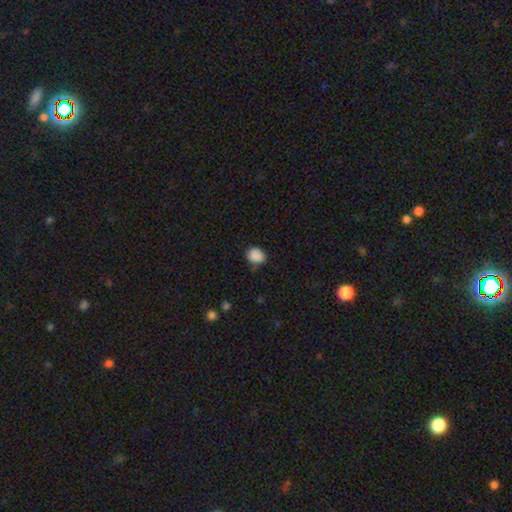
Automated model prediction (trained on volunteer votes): A smooth galaxy with no disk features (87%) that is round (63%). Merging: none (72%).